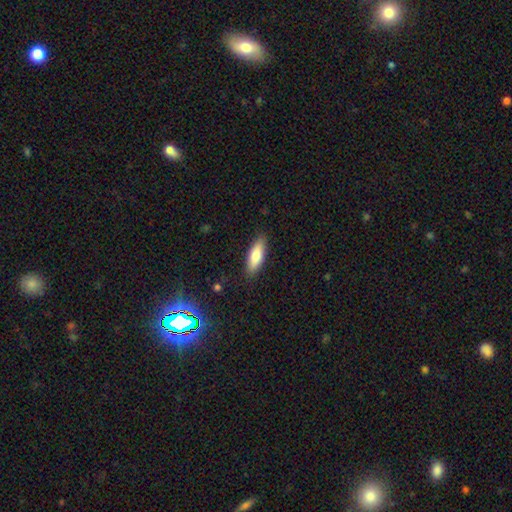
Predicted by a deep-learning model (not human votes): Overall: smooth (77%). How rounded: in between (59%; cigar-shaped 39%). Merging: none (87%).